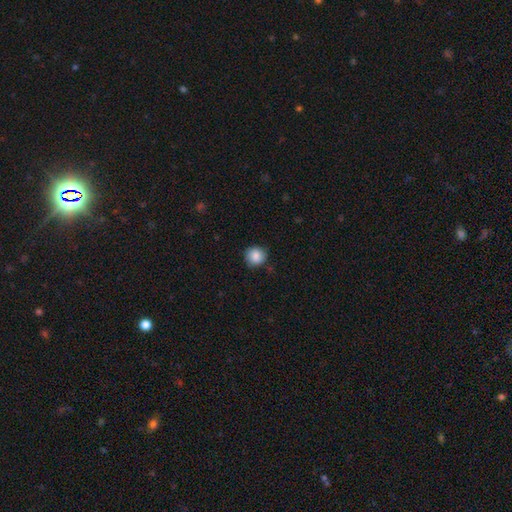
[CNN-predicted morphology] smooth-or-featured: smooth: 86% | star or artifact: 9% | featured or disk: 5%
  how-rounded: round: 91% | in between: 8% | cigar-shaped: 1%
  merging: none: 84% | minor disturbance: 12% | major disturbance: 2% | merger: 1%